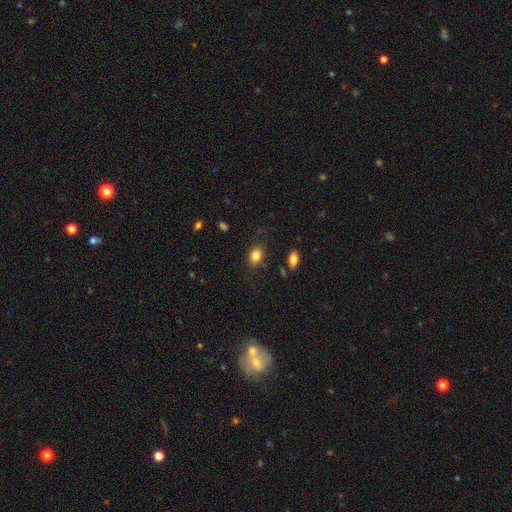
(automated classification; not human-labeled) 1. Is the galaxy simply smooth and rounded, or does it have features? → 83% smooth, 10% star or artifact, 7% featured or disk.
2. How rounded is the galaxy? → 67% in between, 32% round, 1% cigar-shaped.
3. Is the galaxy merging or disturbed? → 81% none, 13% minor disturbance, 4% major disturbance, 2% merger.